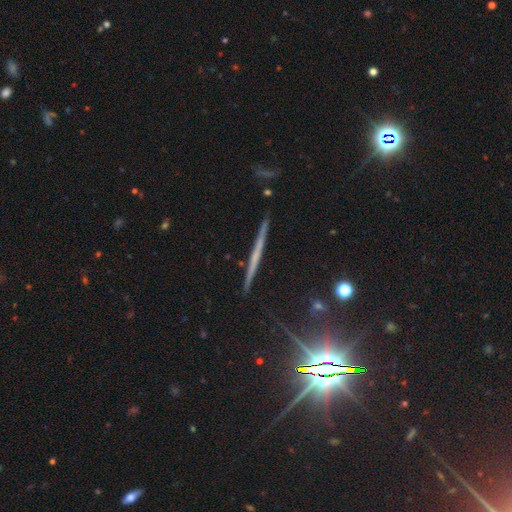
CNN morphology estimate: A featured or disk galaxy (61%) viewed edge-on (97%) with no central bulge (75%). Merging: none (90%).